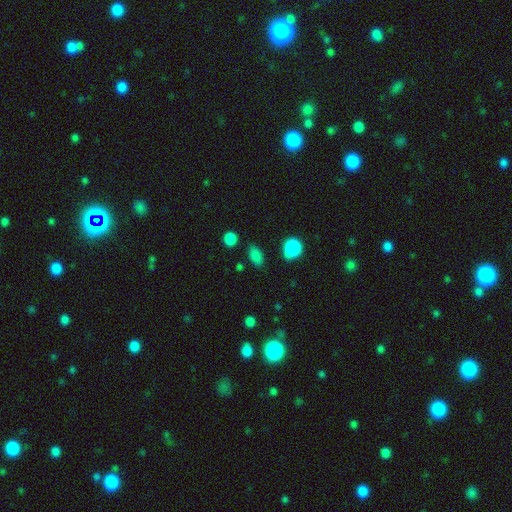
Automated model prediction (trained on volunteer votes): Q: Smooth or featured?
A: smooth (82%); runner-up: star or artifact (12%)
Q: How rounded?
A: in between (83%); runner-up: round (14%)
Q: Merging?
A: none (79%); runner-up: minor disturbance (14%)